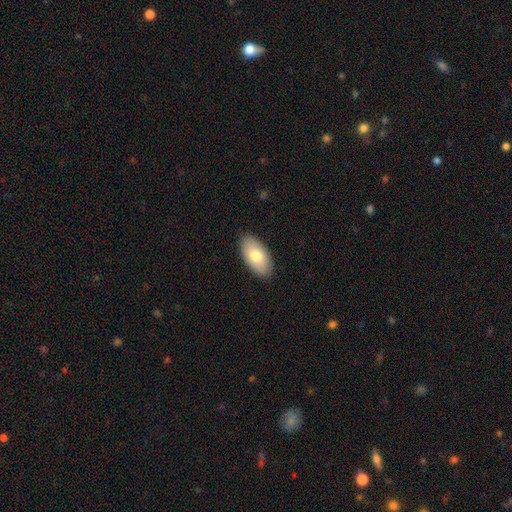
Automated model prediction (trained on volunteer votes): This is likely a smooth galaxy (76%). How rounded: clearly in between (95%). Merging: clearly none (88%).